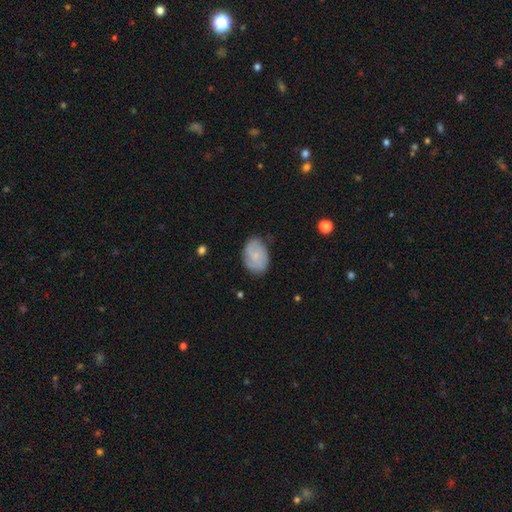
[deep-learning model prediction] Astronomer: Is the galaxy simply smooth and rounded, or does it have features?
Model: smooth — 60%.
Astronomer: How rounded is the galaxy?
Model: in between — 82%.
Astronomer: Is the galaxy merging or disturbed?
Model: none — 72%.